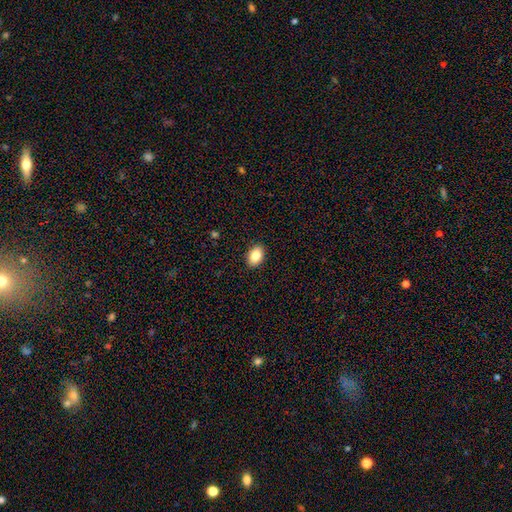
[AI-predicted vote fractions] Overall: smooth (86%). How rounded: in between (85%). Merging: none (90%).